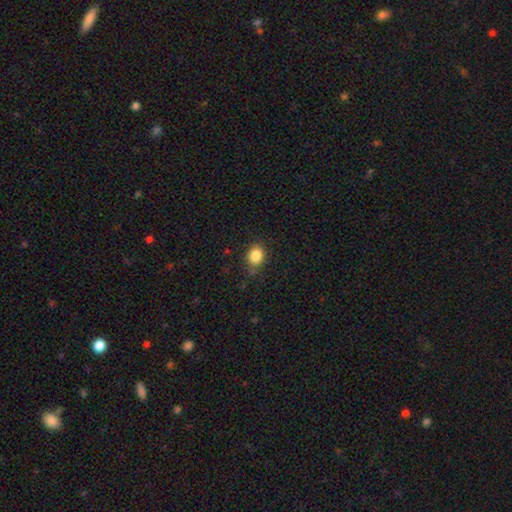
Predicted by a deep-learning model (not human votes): The model was most divided on "how rounded": in between: 58%, round: 41%, cigar-shaped: 1%. More confident: smooth or featured — smooth (85%); merging — none (78%).